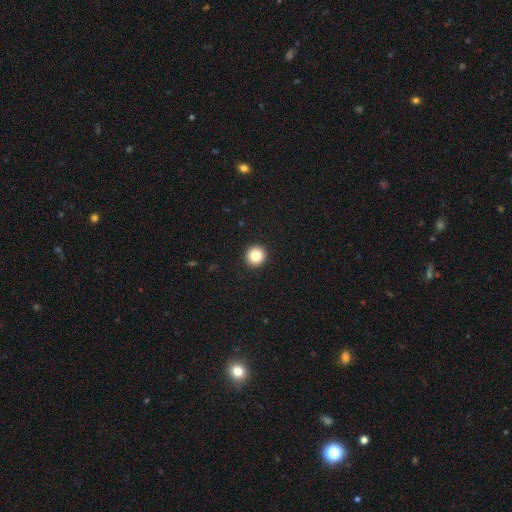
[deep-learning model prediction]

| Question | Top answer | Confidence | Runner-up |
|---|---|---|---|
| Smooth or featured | smooth | 84% | star or artifact (10%) |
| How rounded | round | 96% | in between (3%) |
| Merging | none | 94% | minor disturbance (4%) |